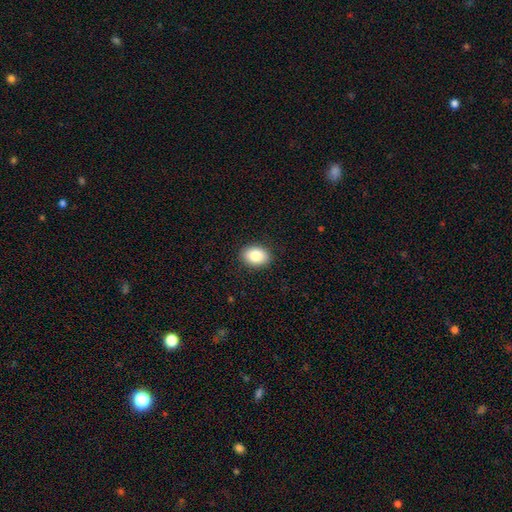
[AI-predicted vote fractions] A smooth galaxy with no disk features (85%) that is in between round and cigar-shaped (70%). Merging: none (90%).